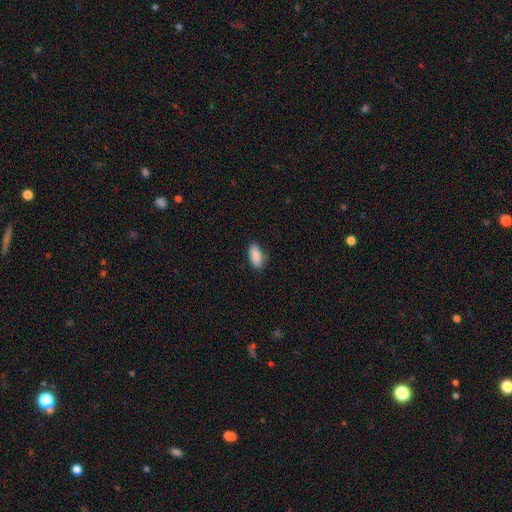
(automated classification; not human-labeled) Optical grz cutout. It shows a smooth galaxy with no disk features (90%) that is in between round and cigar-shaped (88%). Merging: none (82%).